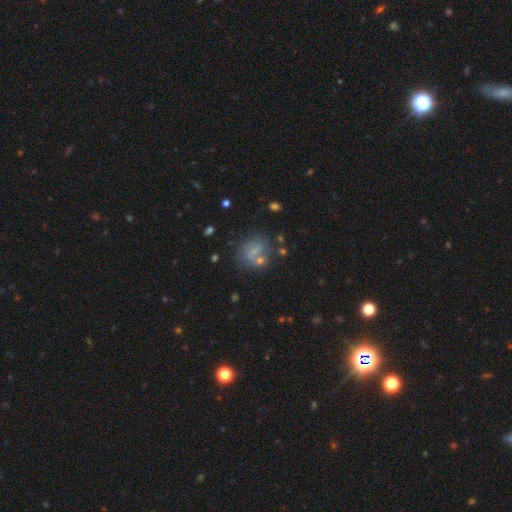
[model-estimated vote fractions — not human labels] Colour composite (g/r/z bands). It shows a smooth galaxy with no disk features (45%). Merging: none (57%).